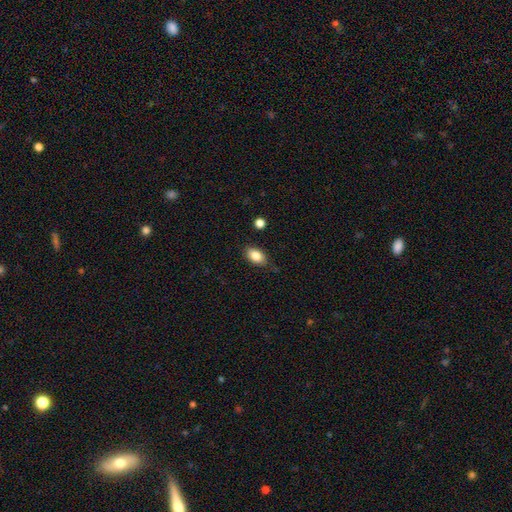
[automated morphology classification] Smooth or featured?
  - smooth: 84% *
  - featured or disk: 8%
  - star or artifact: 8%
How rounded?
  - in between: 89% *
  - round: 8%
  - cigar-shaped: 2%
Merging?
  - none: 81% *
  - minor disturbance: 14%
  - major disturbance: 3%
  - merger: 2%